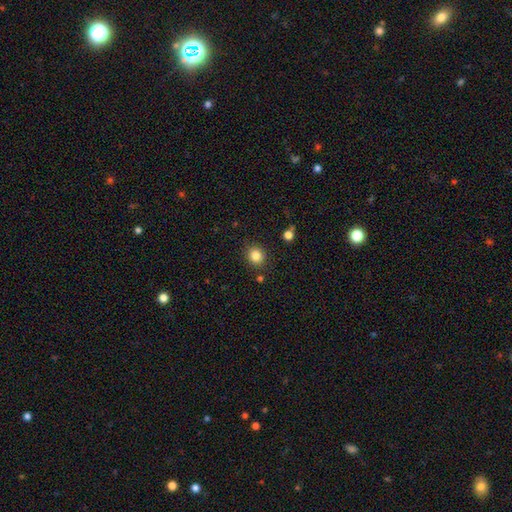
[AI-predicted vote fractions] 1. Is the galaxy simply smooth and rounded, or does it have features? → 84% smooth, 11% star or artifact, 5% featured or disk.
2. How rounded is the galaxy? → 79% round, 20% in between, 1% cigar-shaped.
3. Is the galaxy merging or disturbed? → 86% none, 8% minor disturbance, 3% merger, 3% major disturbance.